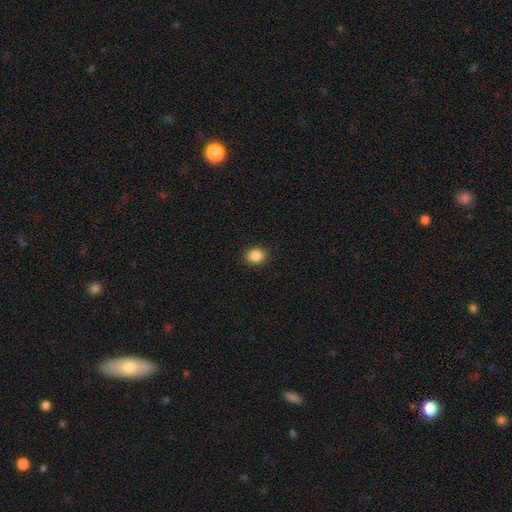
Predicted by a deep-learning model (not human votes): The model was most divided on "how rounded": round: 62%, in between: 37%, cigar-shaped: 1%. More confident: merging — none (90%); smooth or featured — smooth (87%).